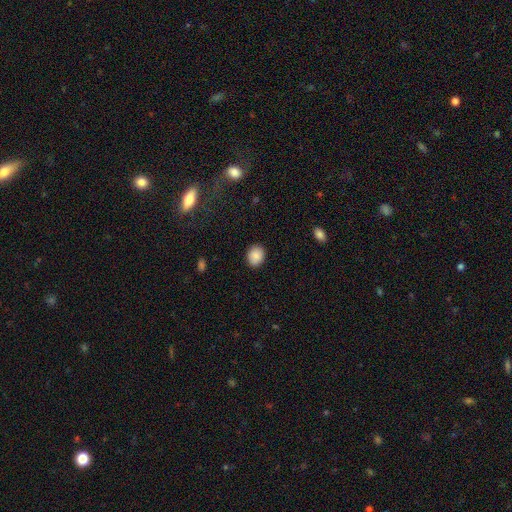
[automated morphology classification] Overall: smooth (86%). How rounded: round (50%; in between 49%). Merging: none (88%).